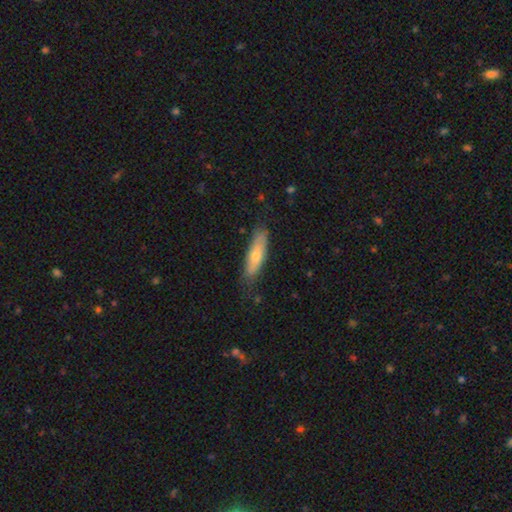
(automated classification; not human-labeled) Smooth or featured? Predicted: smooth (p=0.61). How rounded? Predicted: cigar-shaped (p=0.59). Merging? Predicted: none (p=0.76).